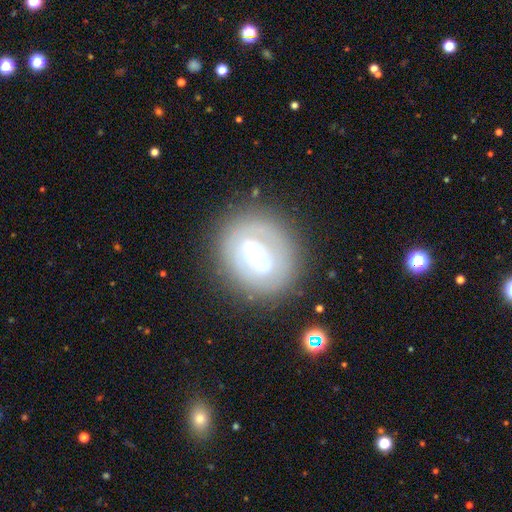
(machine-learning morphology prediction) A featured or disk galaxy (57%) with no bar (41%), no spiral arms (79%) and a moderate central bulge (41%).

Vote fractions:
- Smooth or featured? featured or disk: 57% / smooth: 33% / star or artifact: 10%
- Edge-on disk? no: 94% / yes: 6%
- Bar? no: 41% / strong: 32% / weak: 27%
- Spiral arms? no: 79% / yes: 21%
- Bulge size? moderate: 41% / small: 26% / large: 19% / none: 8% / dominant: 6%
- Merging? none: 64% / minor disturbance: 16% / major disturbance: 11% / merger: 10%